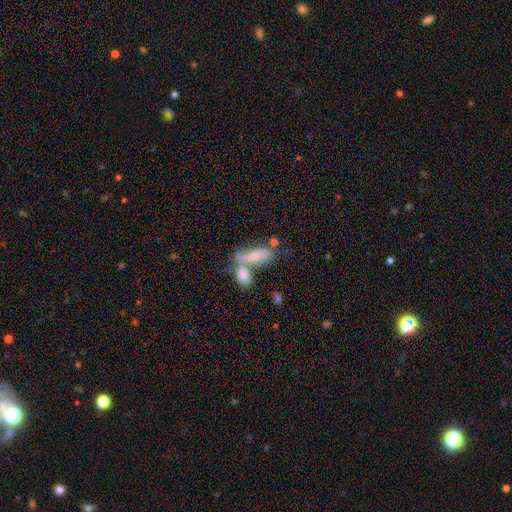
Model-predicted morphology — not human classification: Overall: smooth (67%). How rounded: in between (72%). Merging: merger (54%; none 27%).